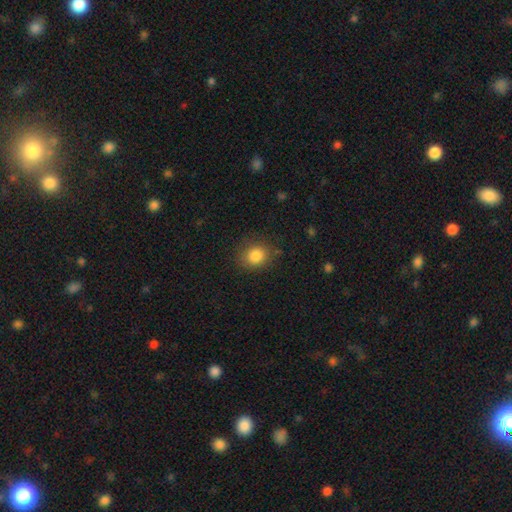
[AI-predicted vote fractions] smooth 85%, star or artifact 10%, featured or disk 5%. Down the decision tree: how rounded — round (70%); merging — none (83%).